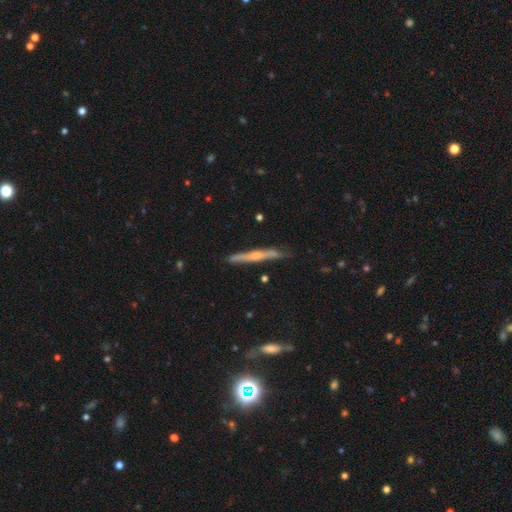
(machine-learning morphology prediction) Smooth or featured?
  - featured or disk: 63% *
  - smooth: 31%
  - star or artifact: 6%
Edge-on disk?
  - yes: 96% *
  - no: 4%
Edge-on bulge?
  - rounded: 61% *
  - none: 29%
  - boxy: 11%
Merging?
  - none: 84% *
  - minor disturbance: 12%
  - major disturbance: 2%
  - merger: 2%